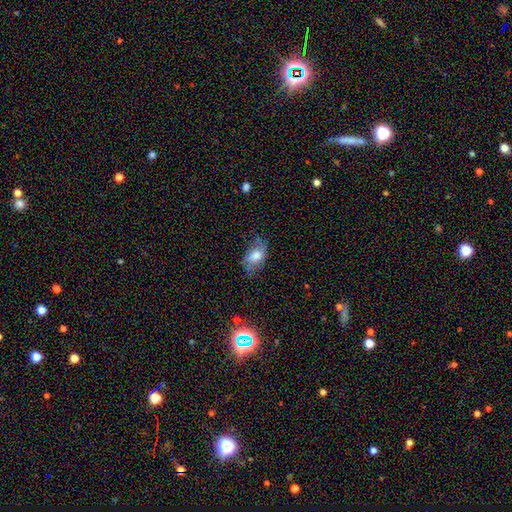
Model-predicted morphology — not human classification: The model was most divided on "merging": none: 55%, minor disturbance: 30%, major disturbance: 13%, merger: 2%. More confident: how rounded — in between (89%); smooth or featured — smooth (63%).